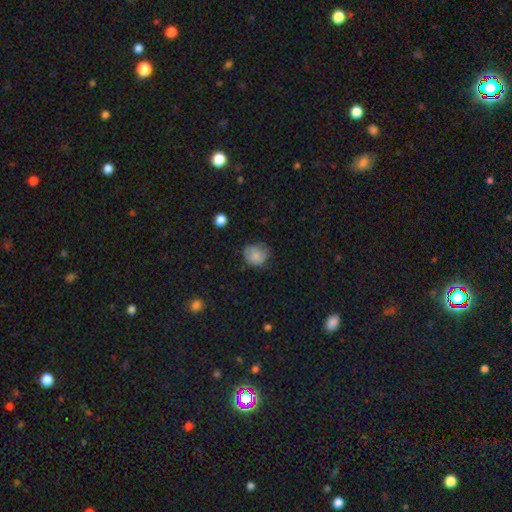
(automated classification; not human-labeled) smooth_or_featured: smooth (p=0.79) [alt: featured or disk p=0.12]
how_rounded: round (p=0.76) [alt: in between p=0.23]
merging: none (p=0.63) [alt: minor disturbance p=0.28]